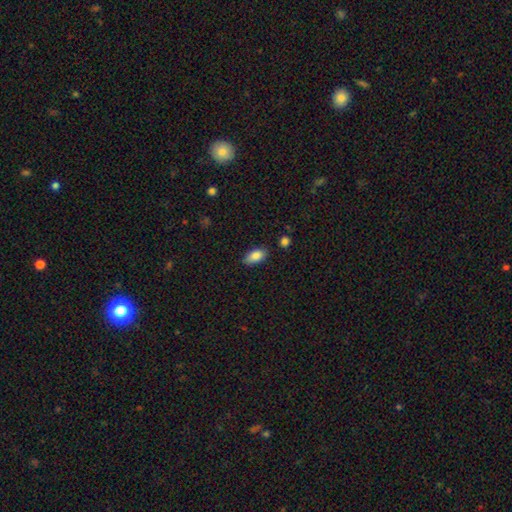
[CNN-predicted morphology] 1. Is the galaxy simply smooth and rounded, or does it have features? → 85% smooth, 8% featured or disk, 8% star or artifact.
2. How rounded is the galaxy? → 91% in between, 5% cigar-shaped, 4% round.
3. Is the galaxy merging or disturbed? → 81% none, 14% minor disturbance, 2% major disturbance, 2% merger.